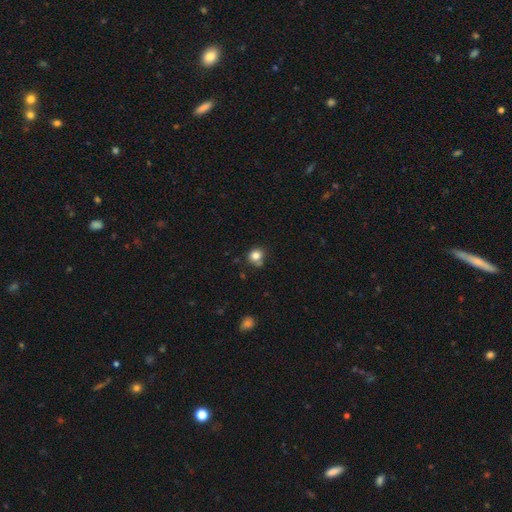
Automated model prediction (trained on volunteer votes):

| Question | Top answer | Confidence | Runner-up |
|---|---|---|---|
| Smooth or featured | smooth | 82% | star or artifact (12%) |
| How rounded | round | 83% | in between (16%) |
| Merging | none | 67% | minor disturbance (18%) |